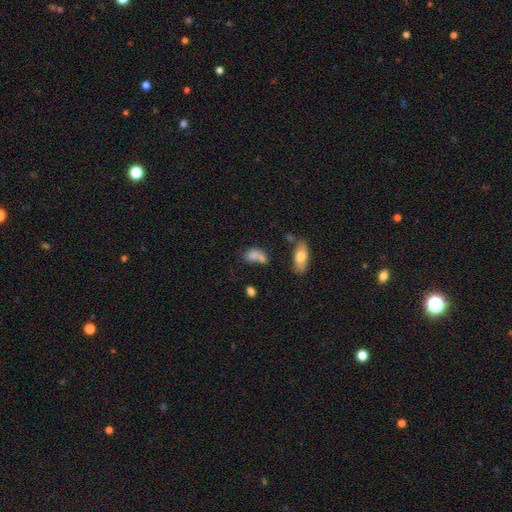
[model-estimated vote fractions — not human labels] Smooth or featured? Predicted: smooth (p=0.76). How rounded? Predicted: in between (p=0.76). Merging? Predicted: merger (p=0.47).